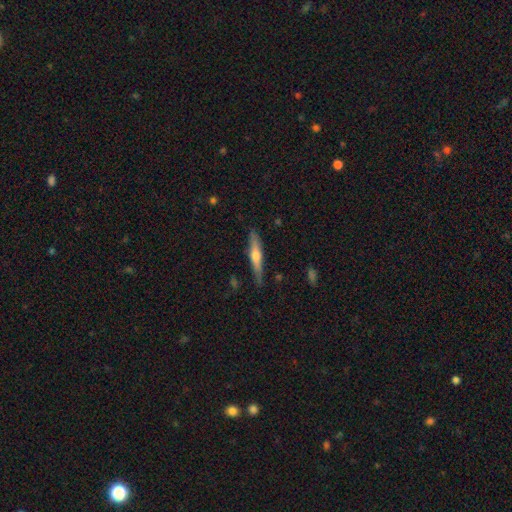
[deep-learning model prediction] The model was most divided on "smooth or featured": featured or disk: 53%, smooth: 41%, star or artifact: 6%. More confident: edge-on disk — yes (95%); edge-on bulge — rounded (86%); merging — none (83%).